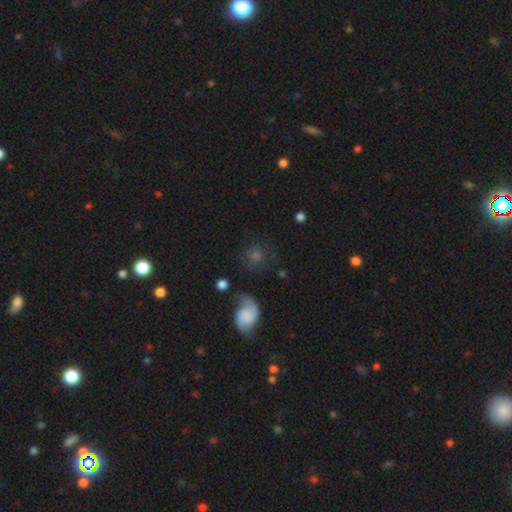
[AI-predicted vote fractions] smooth_or_featured: smooth (p=0.52) [alt: featured or disk p=0.28]
how_rounded: round (p=0.84) [alt: in between p=0.14]
merging: none (p=0.66) [alt: minor disturbance p=0.16]